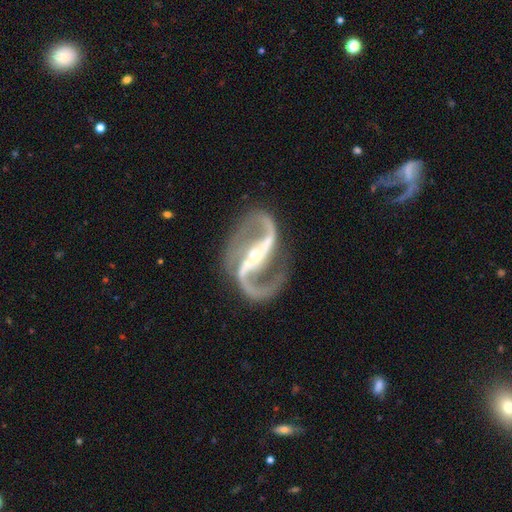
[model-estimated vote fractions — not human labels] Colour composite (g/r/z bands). It shows a featured or disk galaxy (93%) with a strong bar (59%), 2 (94%) medium (48%) spiral arms (98%) and a small central bulge (67%). Merging: none (79%).